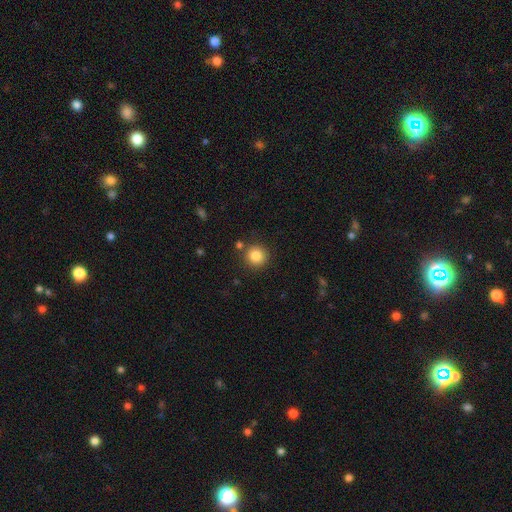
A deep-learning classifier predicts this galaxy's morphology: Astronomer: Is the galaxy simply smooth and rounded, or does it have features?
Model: smooth — 85%.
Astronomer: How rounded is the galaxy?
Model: round — 94%.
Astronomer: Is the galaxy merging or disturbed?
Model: none — 86%.